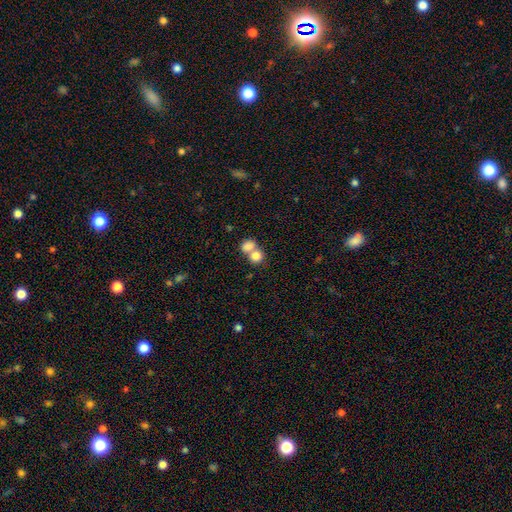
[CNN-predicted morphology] smooth_or_featured: smooth (p=0.81) [alt: featured or disk p=0.10]
how_rounded: round (p=0.66) [alt: in between p=0.32]
merging: merger (p=0.61) [alt: none p=0.30]